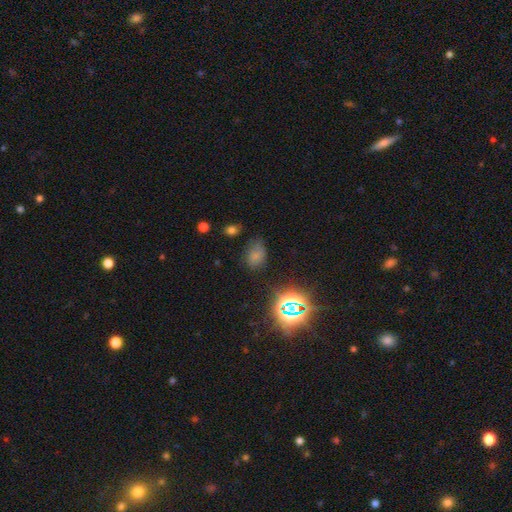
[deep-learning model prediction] Q: Smooth or featured?
A: smooth (66%); runner-up: star or artifact (25%)
Q: How rounded?
A: in between (80%); runner-up: round (19%)
Q: Merging?
A: none (59%); runner-up: minor disturbance (27%)